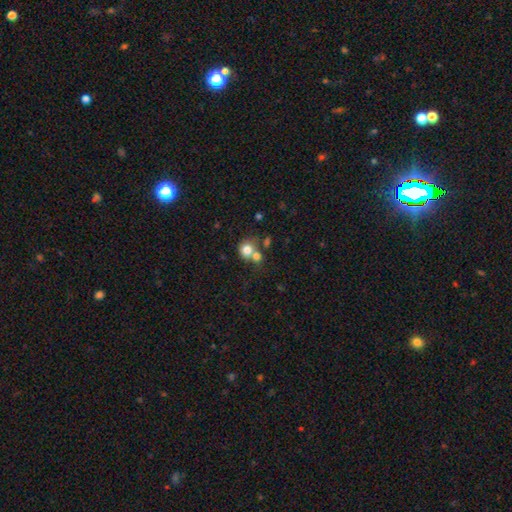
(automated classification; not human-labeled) smooth_or_featured: smooth (p=0.60) [alt: star or artifact p=0.27]
how_rounded: round (p=0.85) [alt: in between p=0.14]
merging: none (p=0.48) [alt: merger p=0.40]